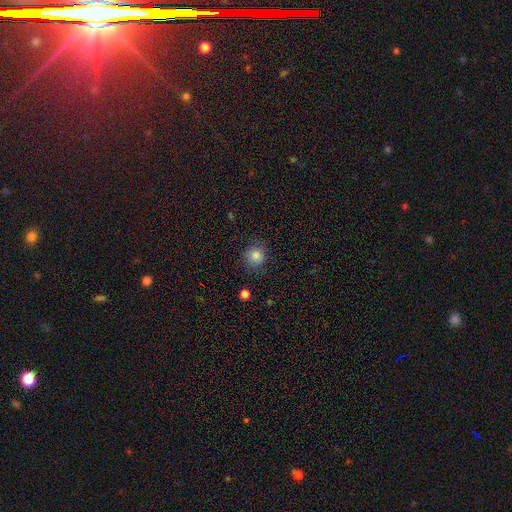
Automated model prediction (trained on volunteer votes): Morphology: type=smooth (85%); roundness=round (87%); merging=none (83%).